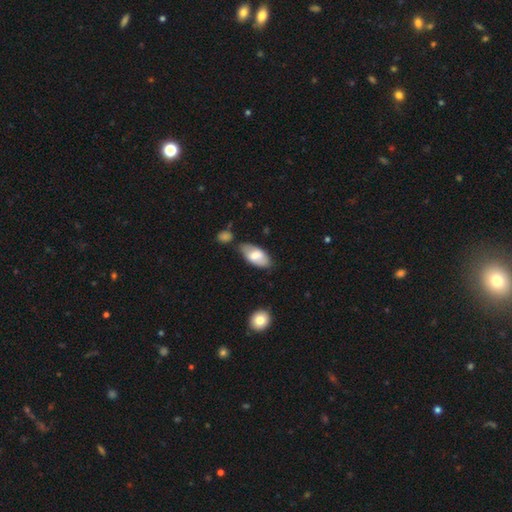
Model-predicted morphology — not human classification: Smooth or featured: smooth — 70% (featured or disk — 24%)
How rounded: in between — 93% (cigar-shaped — 5%)
Merging: none — 67% (minor disturbance — 20%)